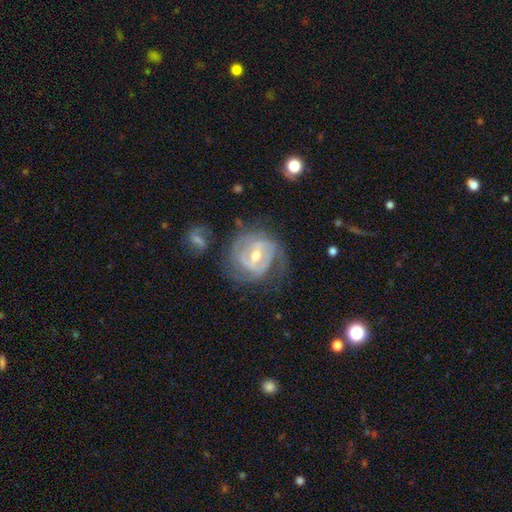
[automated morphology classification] Q: Smooth or featured?
A: featured or disk (85%); runner-up: smooth (10%)
Q: Edge-on disk?
A: no (97%); runner-up: yes (3%)
Q: Bar?
A: weak (49%); runner-up: strong (29%)
Q: Spiral arms?
A: yes (90%); runner-up: no (10%)
Q: Spiral winding?
A: tight (62%); runner-up: medium (29%)
Q: Spiral arm count?
A: 2 (38%); runner-up: can't tell (28%)
Q: Bulge size?
A: moderate (68%); runner-up: small (27%)
Q: Merging?
A: none (60%); runner-up: minor disturbance (21%)